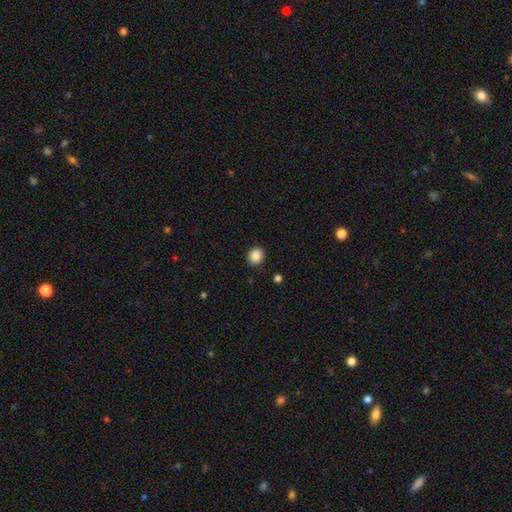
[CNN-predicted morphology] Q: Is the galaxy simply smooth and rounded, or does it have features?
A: smooth — 88%.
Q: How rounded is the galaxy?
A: round — 71%.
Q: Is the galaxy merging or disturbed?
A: none — 90%.